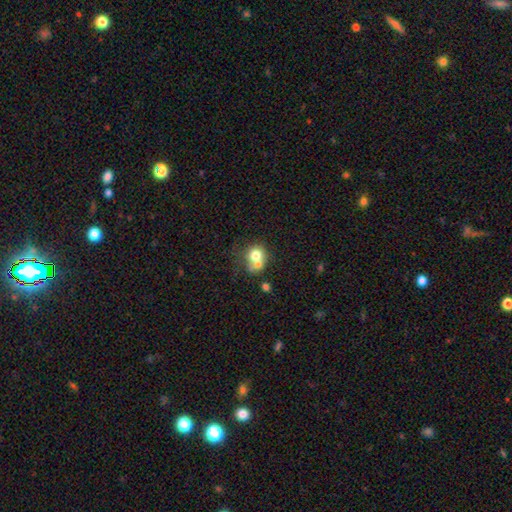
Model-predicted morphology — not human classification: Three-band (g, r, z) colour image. It shows a smooth galaxy with no disk features (69%) that is round (71%). Merging: merger (54%).